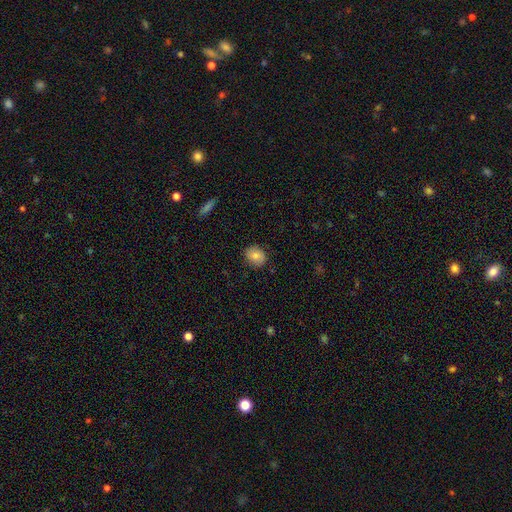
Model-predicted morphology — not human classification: Q: Smooth or featured?
A: smooth (79%); runner-up: featured or disk (13%)
Q: How rounded?
A: round (57%); runner-up: in between (42%)
Q: Merging?
A: none (83%); runner-up: minor disturbance (13%)